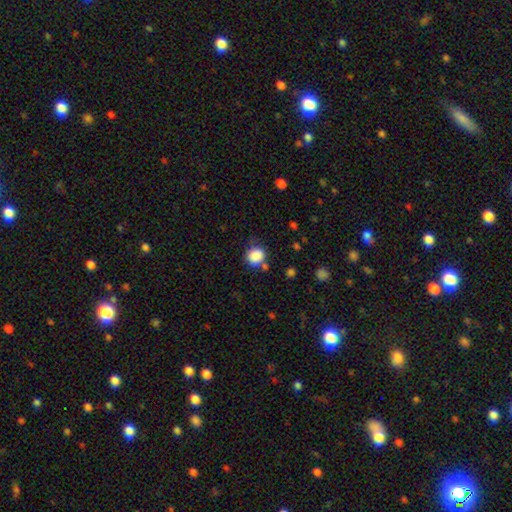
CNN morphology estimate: A smooth galaxy with no disk features (86%) that is round (81%).

Vote fractions:
- Smooth or featured? smooth: 86% / star or artifact: 9% / featured or disk: 4%
- How rounded? round: 81% / in between: 18% / cigar-shaped: 1%
- Merging? none: 71% / minor disturbance: 16% / merger: 8% / major disturbance: 5%